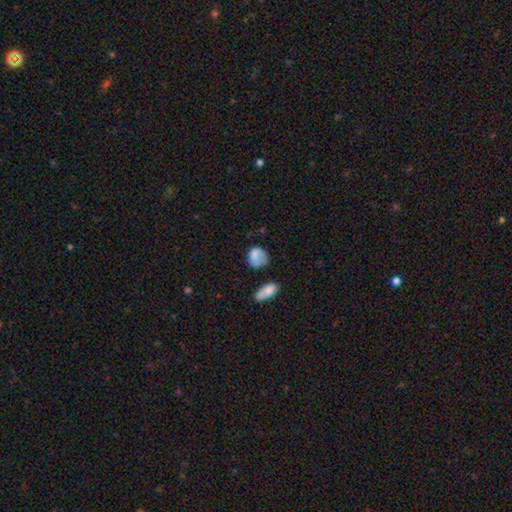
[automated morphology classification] The model was most divided on "merging": none: 40%, minor disturbance: 32%, major disturbance: 20%, merger: 8%. More confident: smooth or featured — smooth (76%); how rounded — round (57%).